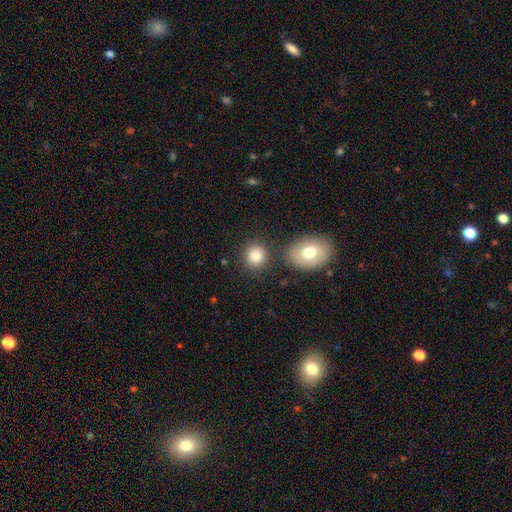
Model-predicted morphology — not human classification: A smooth galaxy with no disk features (84%) that is round (82%). Merging: none (77%).